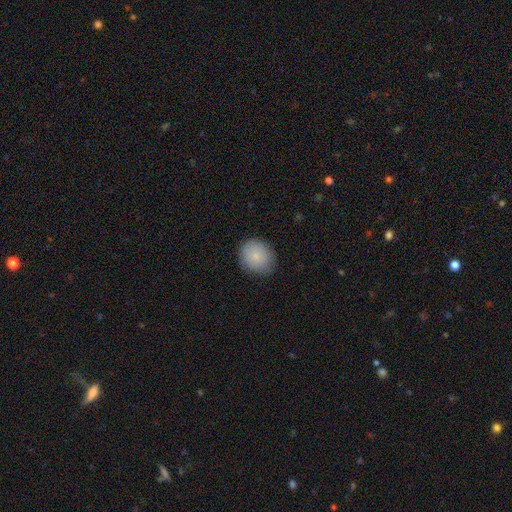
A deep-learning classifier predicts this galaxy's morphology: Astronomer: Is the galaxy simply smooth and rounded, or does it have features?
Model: smooth — 85%.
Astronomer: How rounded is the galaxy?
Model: round — 67%.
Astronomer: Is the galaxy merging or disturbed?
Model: none — 83%.